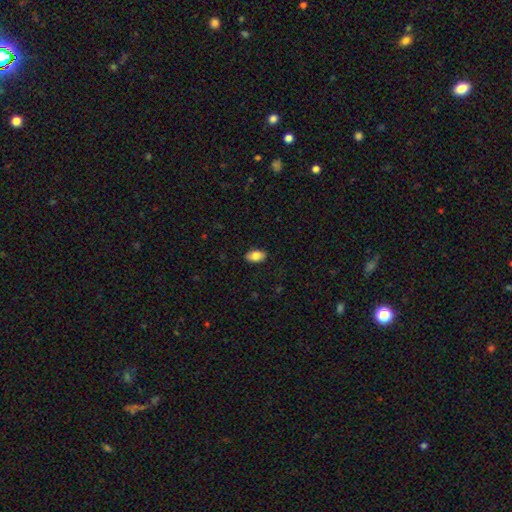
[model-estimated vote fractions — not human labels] A smooth galaxy with no disk features (84%) that is in between round and cigar-shaped (93%).

Vote fractions:
- Smooth or featured? smooth: 84% / featured or disk: 10% / star or artifact: 7%
- How rounded? in between: 93% / round: 5% / cigar-shaped: 2%
- Merging? none: 89% / minor disturbance: 8% / major disturbance: 2% / merger: 1%